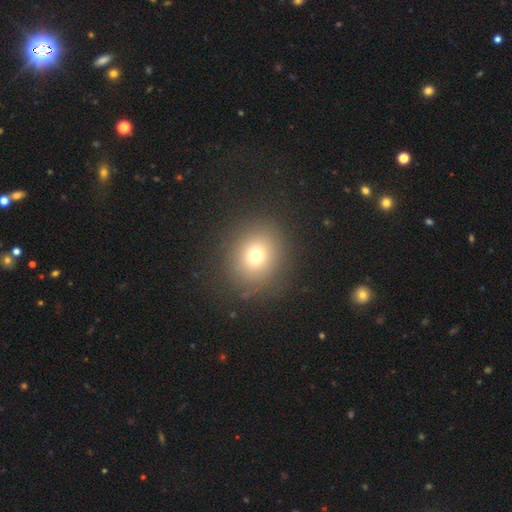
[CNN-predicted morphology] A smooth galaxy with no disk features (72%) that is round (79%). Merging: none (86%).